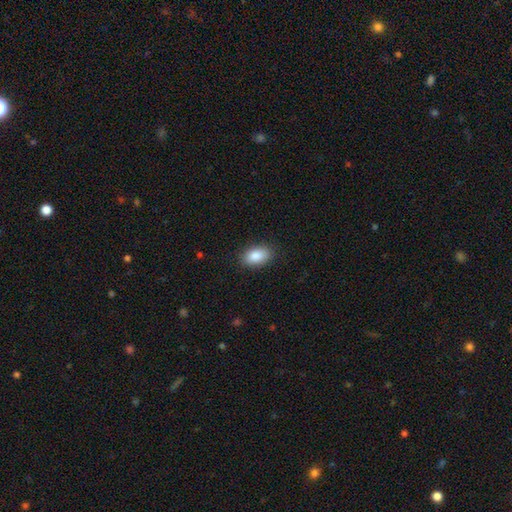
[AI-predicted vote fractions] smooth 88%, star or artifact 7%, featured or disk 5%. Down the decision tree: how rounded — in between (92%); merging — none (87%).